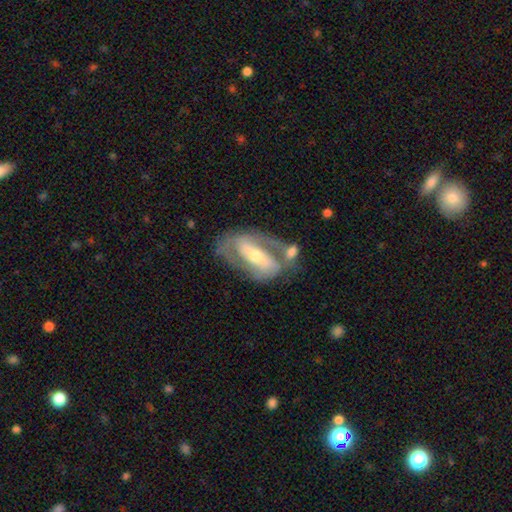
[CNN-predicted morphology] Smooth or featured: featured or disk — 77% (smooth — 17%)
Edge-on disk: no — 91% (yes — 9%)
Bar: strong — 55% (weak — 25%)
Spiral arms: yes — 73% (no — 27%)
Spiral winding: medium — 43% (tight — 34%)
Spiral arm count: 2 — 75% (can't tell — 15%)
Bulge size: moderate — 50% (small — 44%)
Merging: none — 44% (merger — 22%)